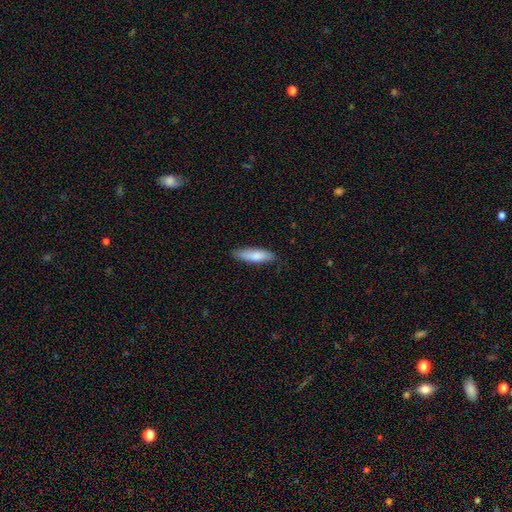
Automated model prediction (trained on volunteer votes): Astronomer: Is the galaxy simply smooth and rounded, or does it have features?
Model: smooth — 80%.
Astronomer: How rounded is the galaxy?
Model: cigar-shaped — 60% (runner-up: in between, 38%).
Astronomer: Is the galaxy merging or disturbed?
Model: none — 82%.